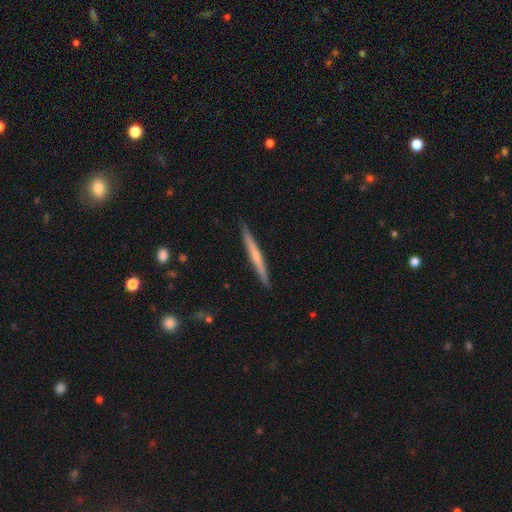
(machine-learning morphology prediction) smooth_or_featured: featured or disk (p=0.51) [alt: smooth p=0.43]
disk_edge_on: yes (p=0.97) [alt: no p=0.03]
merging: none (p=0.91) [alt: minor disturbance p=0.07]